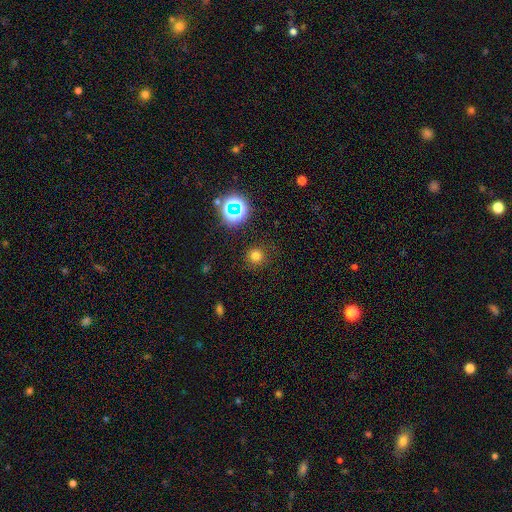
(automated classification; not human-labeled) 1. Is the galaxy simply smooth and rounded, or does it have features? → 72% smooth, 22% star or artifact, 6% featured or disk.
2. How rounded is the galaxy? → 94% round, 5% in between, 1% cigar-shaped.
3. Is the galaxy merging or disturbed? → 88% none, 7% minor disturbance, 3% major disturbance, 1% merger.